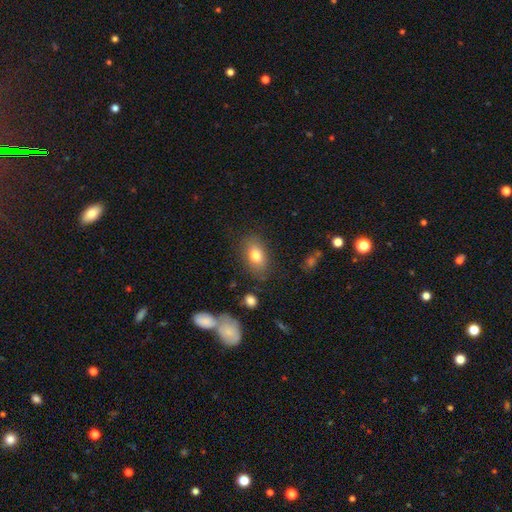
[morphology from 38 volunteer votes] Q: Smooth or featured?
A: smooth (84%); runner-up: star or artifact (11%)
Q: How rounded?
A: in between (81%); runner-up: round (16%)
Q: Merging?
A: none (76%); runner-up: minor disturbance (18%)